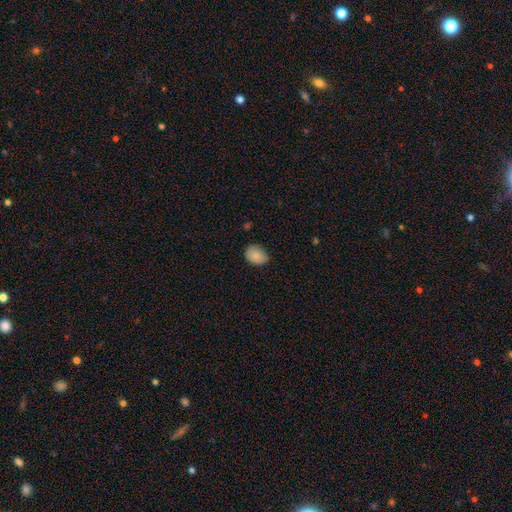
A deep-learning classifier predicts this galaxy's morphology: The model was most divided on "how rounded": in between: 65%, round: 34%, cigar-shaped: 1%. More confident: smooth or featured — smooth (86%); merging — none (75%).